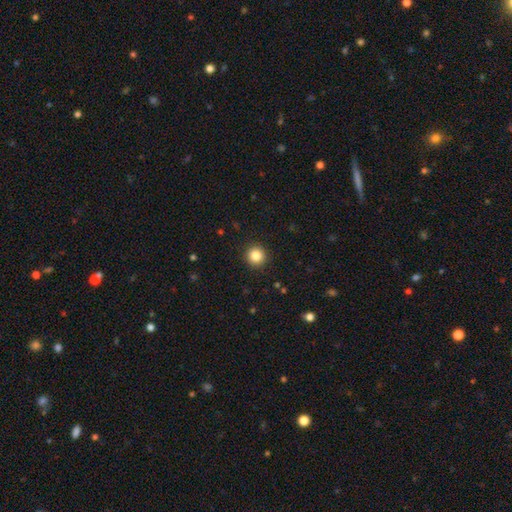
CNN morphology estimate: smooth 84%, star or artifact 11%, featured or disk 5%. Down the decision tree: how rounded — round (95%); merging — none (93%).